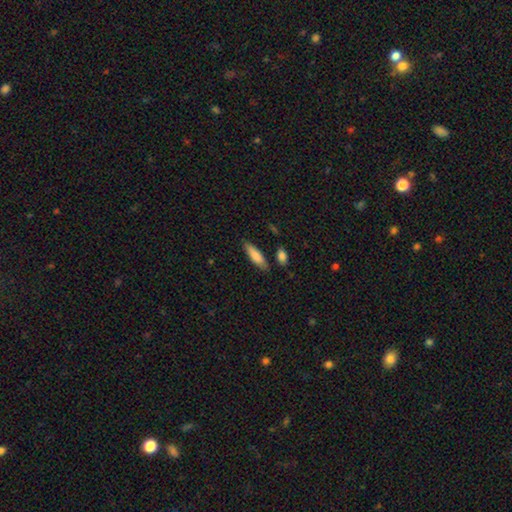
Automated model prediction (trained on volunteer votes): Smooth or featured? Predicted: smooth (p=0.82). How rounded? Predicted: cigar-shaped (p=0.57). Merging? Predicted: none (p=0.80).